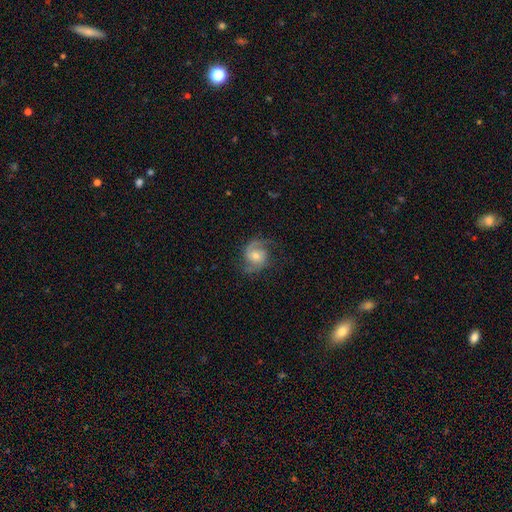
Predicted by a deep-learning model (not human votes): This appears to be a featured or disk galaxy (80%) with no bar (61%), 2 (86%) medium (50%) spiral arms (96%) and a moderate central bulge (54%). Merging: none (70%).